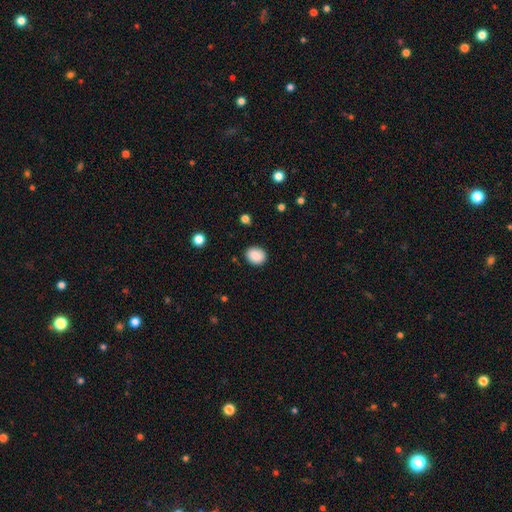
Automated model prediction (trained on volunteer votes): The model was most divided on "how rounded": round: 58%, in between: 41%, cigar-shaped: 1%. More confident: smooth or featured — smooth (88%); merging — none (87%).